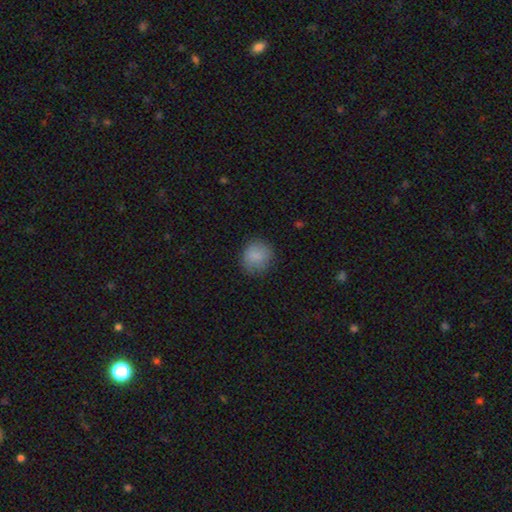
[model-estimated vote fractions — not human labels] A smooth galaxy with no disk features (84%) that is round (84%). Merging: none (79%).